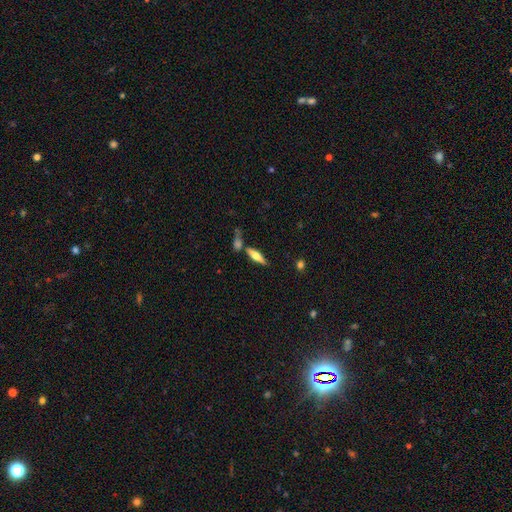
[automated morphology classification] Smooth or featured? Predicted: featured or disk (p=0.47). Merging? Predicted: none (p=0.65).